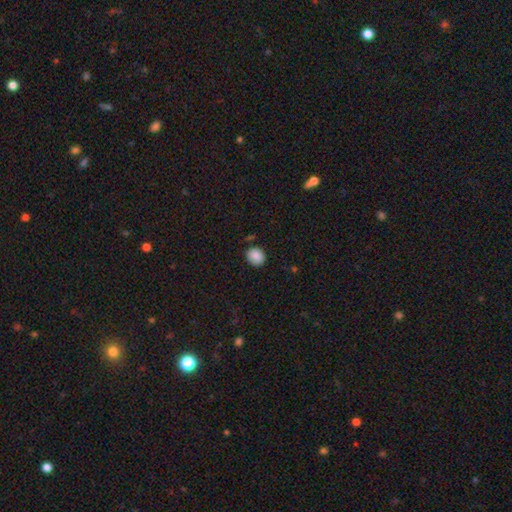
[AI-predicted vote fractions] Q: Smooth or featured?
A: smooth (87%); runner-up: star or artifact (9%)
Q: How rounded?
A: round (73%); runner-up: in between (26%)
Q: Merging?
A: none (81%); runner-up: minor disturbance (13%)